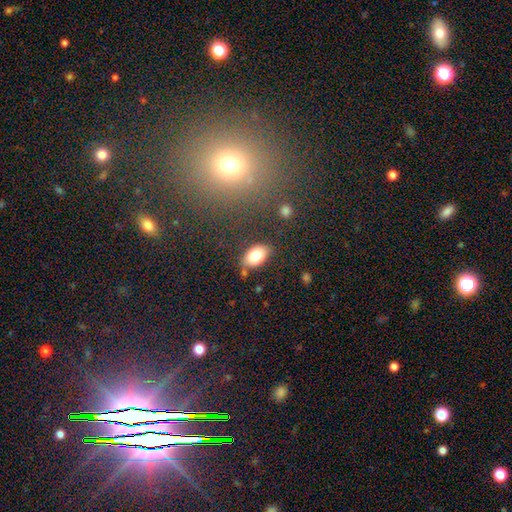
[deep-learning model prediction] smooth_or_featured: smooth (p=0.82) [alt: featured or disk p=0.10]
how_rounded: in between (p=0.91) [alt: round p=0.07]
merging: none (p=0.78) [alt: minor disturbance p=0.14]